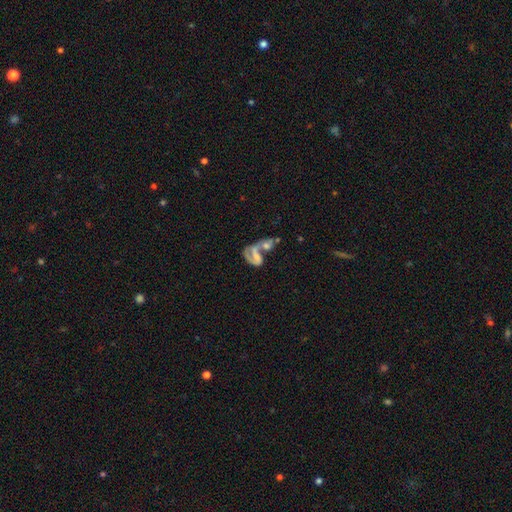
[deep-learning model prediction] A featured or disk galaxy (64%) with no bar (53%), spiral arms (72%) and no central bulge (37%). Merging: merger (63%).